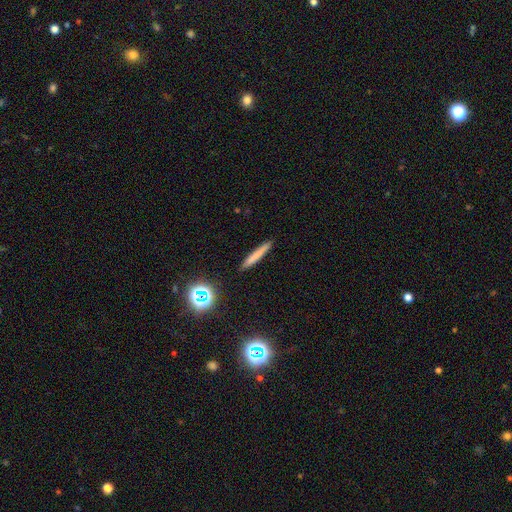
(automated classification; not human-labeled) Q: Smooth or featured?
A: smooth (71%); runner-up: featured or disk (19%)
Q: How rounded?
A: cigar-shaped (95%); runner-up: in between (3%)
Q: Merging?
A: none (90%); runner-up: minor disturbance (7%)